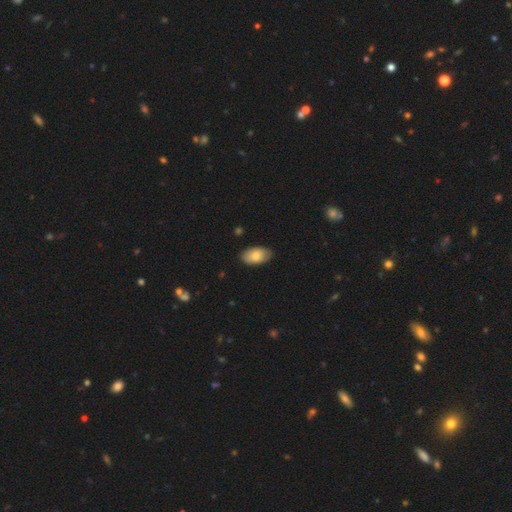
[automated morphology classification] A smooth galaxy with no disk features (79%) that is in between round and cigar-shaped (95%). Merging: none (82%).